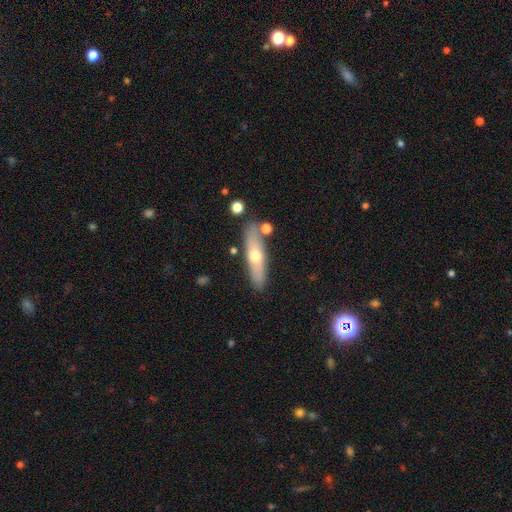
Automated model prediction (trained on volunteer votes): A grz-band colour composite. It shows a smooth galaxy with no disk features (47%). Merging: none (80%).